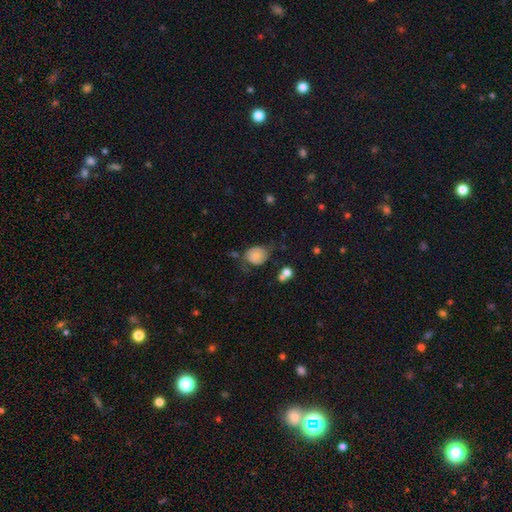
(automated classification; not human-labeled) Smooth or featured: smooth — 61% (featured or disk — 29%)
How rounded: round — 61% (in between — 38%)
Merging: none — 49% (minor disturbance — 31%)